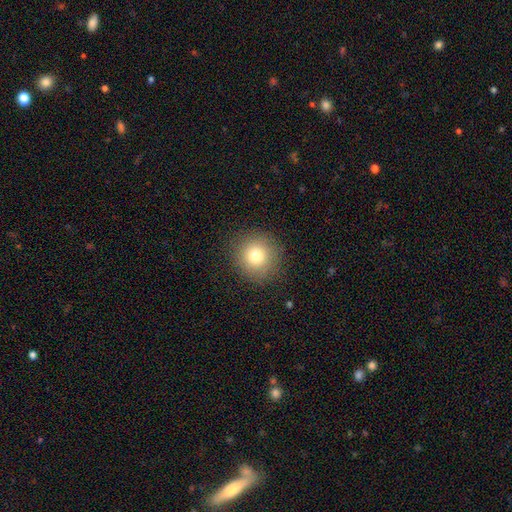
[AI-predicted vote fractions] Overall: smooth (77%). How rounded: round (94%). Merging: none (89%).